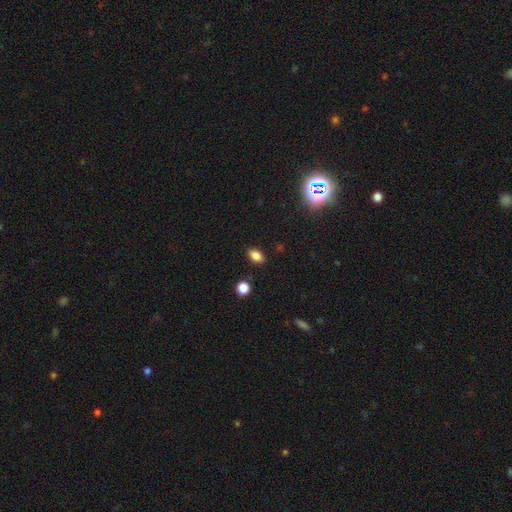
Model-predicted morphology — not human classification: A smooth galaxy with no disk features (84%) that is in between round and cigar-shaped (82%). Merging: none (86%).